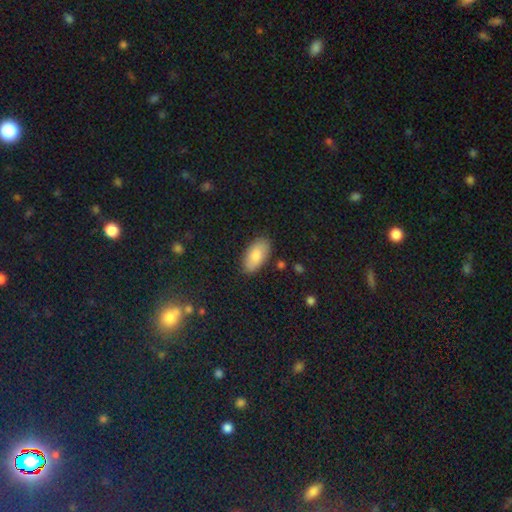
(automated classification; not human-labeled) smooth-or-featured: smooth: 82% | featured or disk: 12% | star or artifact: 7%
  how-rounded: in between: 93% | cigar-shaped: 4% | round: 3%
  merging: none: 86% | minor disturbance: 10% | major disturbance: 2% | merger: 1%